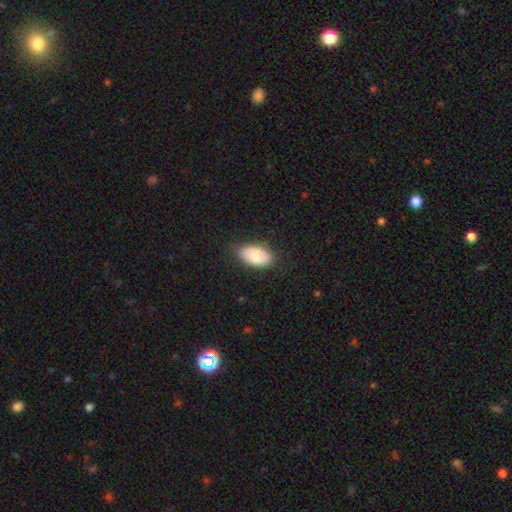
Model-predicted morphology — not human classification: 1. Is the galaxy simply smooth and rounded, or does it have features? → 81% smooth, 12% featured or disk, 6% star or artifact.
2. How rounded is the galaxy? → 94% in between, 4% round, 2% cigar-shaped.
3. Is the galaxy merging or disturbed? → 81% none, 15% minor disturbance, 3% major disturbance, 1% merger.